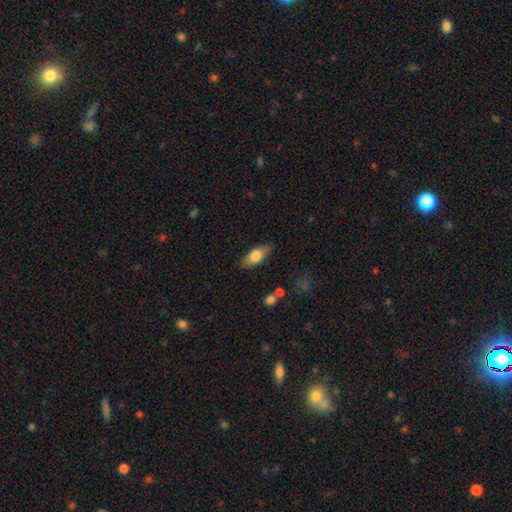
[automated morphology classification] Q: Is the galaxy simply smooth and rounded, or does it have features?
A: smooth — 74%.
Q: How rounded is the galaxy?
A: in between — 79%.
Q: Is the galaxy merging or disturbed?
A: none — 84%.